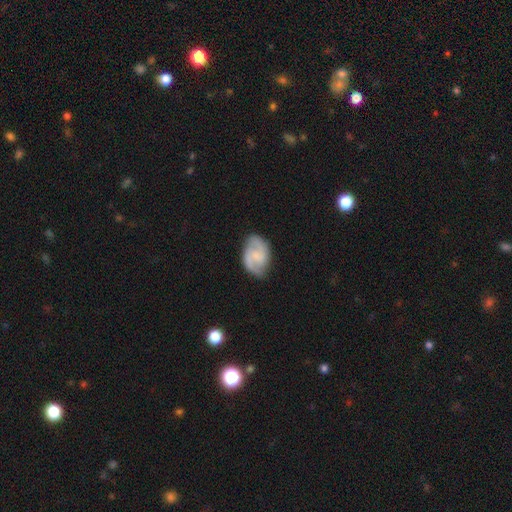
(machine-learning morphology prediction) Smooth or featured? Predicted: featured or disk (p=0.75). Edge-on disk? Predicted: no (p=0.97). Bar? Predicted: weak (p=0.48). Spiral arms? Predicted: yes (p=0.94). Spiral winding? Predicted: medium (p=0.52). Spiral arm count? Predicted: 2 (p=0.88). Bulge size? Predicted: small (p=0.41). Merging? Predicted: none (p=0.75).